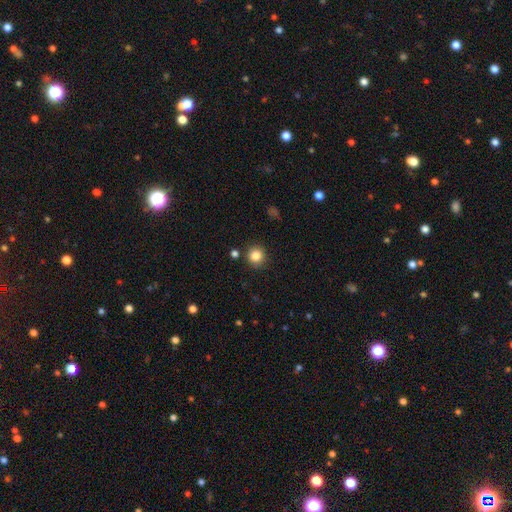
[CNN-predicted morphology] smooth 84%, star or artifact 11%, featured or disk 5%. Down the decision tree: how rounded — round (93%); merging — none (87%).